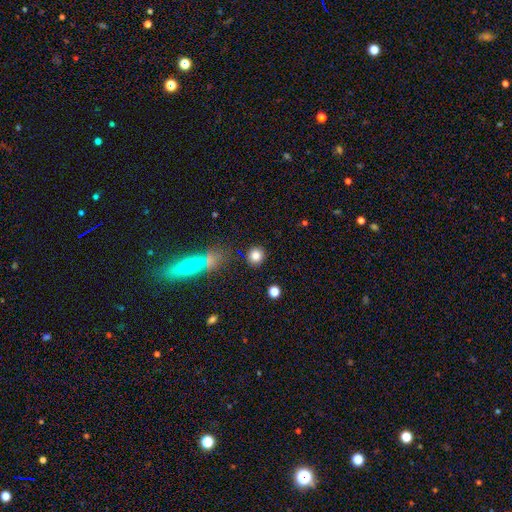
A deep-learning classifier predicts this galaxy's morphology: smooth_or_featured: smooth (p=0.82) [alt: star or artifact p=0.12]
how_rounded: round (p=0.88) [alt: in between p=0.10]
merging: none (p=0.85) [alt: minor disturbance p=0.08]